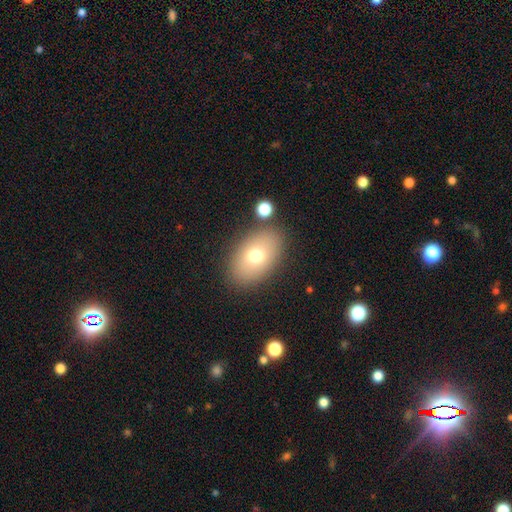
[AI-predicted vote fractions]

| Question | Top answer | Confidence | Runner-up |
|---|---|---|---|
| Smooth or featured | smooth | 72% | featured or disk (18%) |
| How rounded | in between | 87% | round (11%) |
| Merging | none | 82% | minor disturbance (10%) |